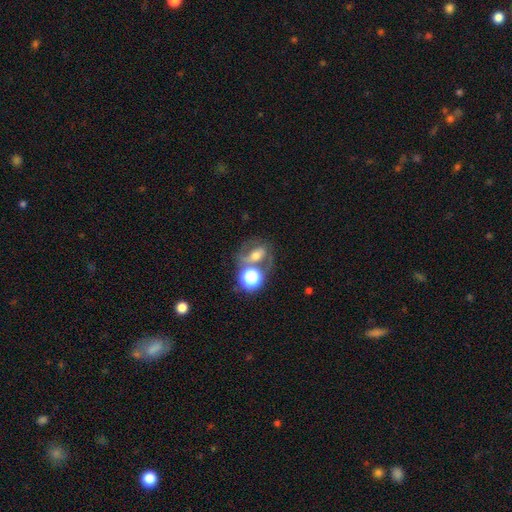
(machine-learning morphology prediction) This appears to be a featured or disk galaxy (47%). Merging: none (50%).